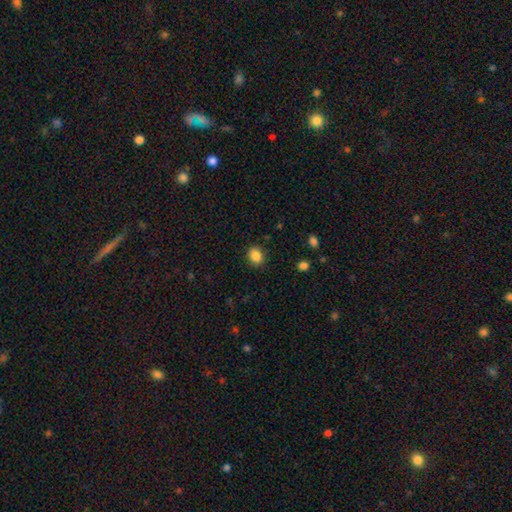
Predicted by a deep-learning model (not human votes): smooth-or-featured: smooth: 87% | star or artifact: 9% | featured or disk: 4%
  how-rounded: round: 55% | in between: 45% | cigar-shaped: 1%
  merging: none: 87% | minor disturbance: 9% | major disturbance: 3% | merger: 1%